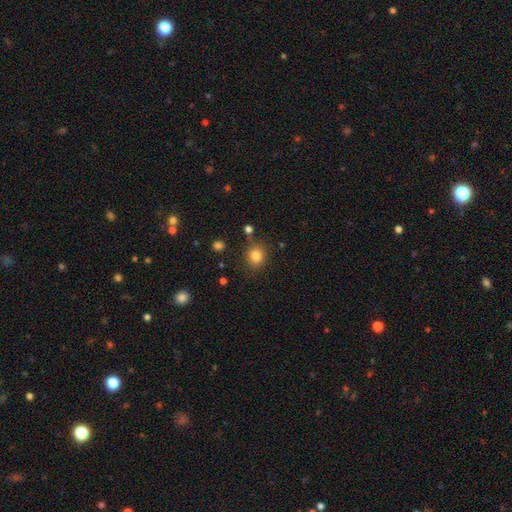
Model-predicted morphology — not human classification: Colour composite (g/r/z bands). It shows a smooth galaxy with no disk features (83%) that is round (77%). Merging: none (81%).